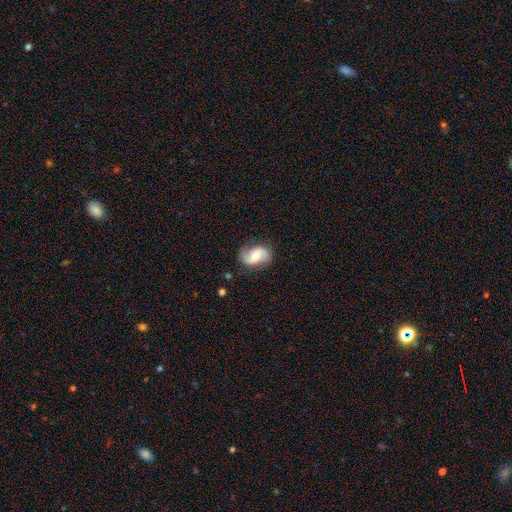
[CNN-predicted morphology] Smooth or featured? Predicted: featured or disk (p=0.66). Edge-on disk? Predicted: no (p=0.97). Bar? Predicted: no (p=0.46). Spiral arms? Predicted: yes (p=0.93). Spiral winding? Predicted: loose (p=0.51). Spiral arm count? Predicted: 2 (p=0.89). Bulge size? Predicted: moderate (p=0.53). Merging? Predicted: none (p=0.76).